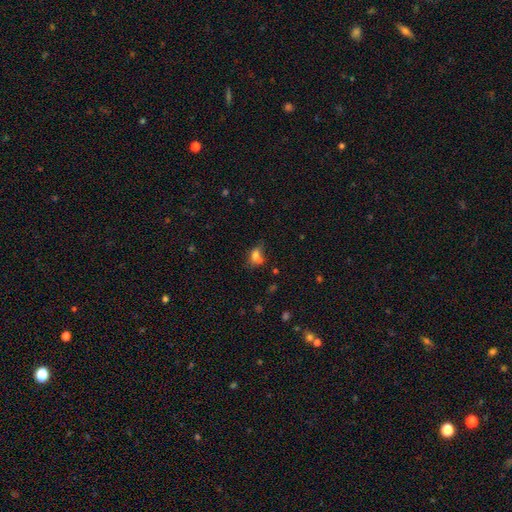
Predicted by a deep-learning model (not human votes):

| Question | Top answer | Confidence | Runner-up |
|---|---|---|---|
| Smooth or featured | smooth | 72% | star or artifact (14%) |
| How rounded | in between | 70% | round (26%) |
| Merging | none | 39% | minor disturbance (28%) |